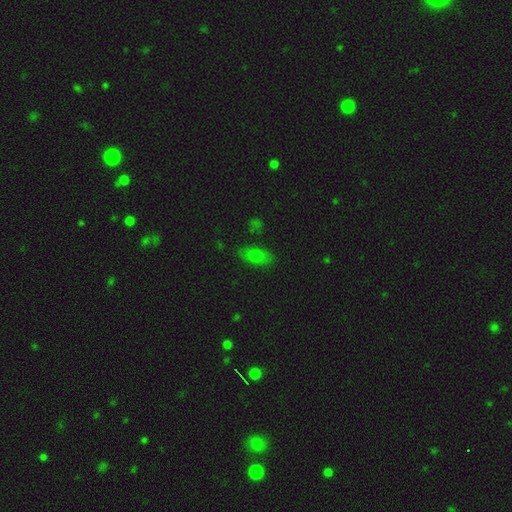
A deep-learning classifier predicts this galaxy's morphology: Q: Smooth or featured?
A: smooth (72%); runner-up: featured or disk (15%)
Q: How rounded?
A: in between (84%); runner-up: cigar-shaped (9%)
Q: Merging?
A: none (81%); runner-up: minor disturbance (13%)